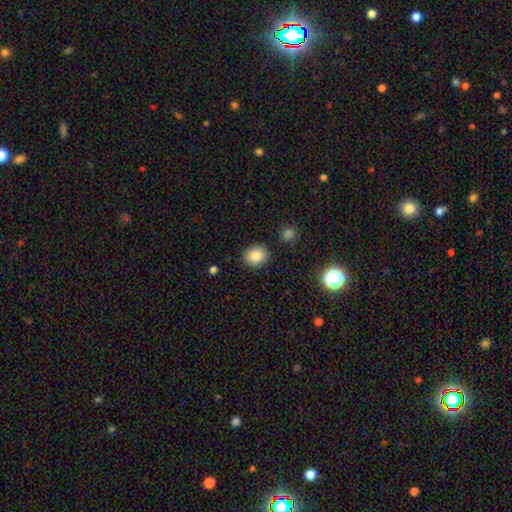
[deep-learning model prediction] A smooth galaxy with no disk features (85%) that is round (55%). Merging: none (87%).